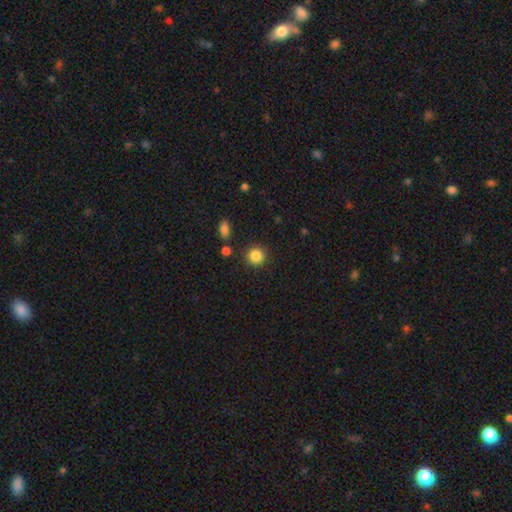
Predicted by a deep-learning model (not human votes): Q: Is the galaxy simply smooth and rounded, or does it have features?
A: smooth — 86%.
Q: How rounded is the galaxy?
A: round — 92%.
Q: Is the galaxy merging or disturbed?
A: none — 87%.